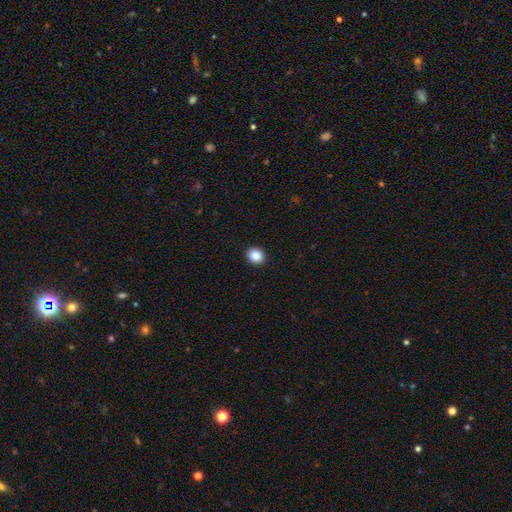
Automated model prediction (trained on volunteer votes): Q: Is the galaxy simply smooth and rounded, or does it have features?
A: smooth — 87%.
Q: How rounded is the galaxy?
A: round — 74%.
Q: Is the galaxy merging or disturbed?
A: none — 93%.